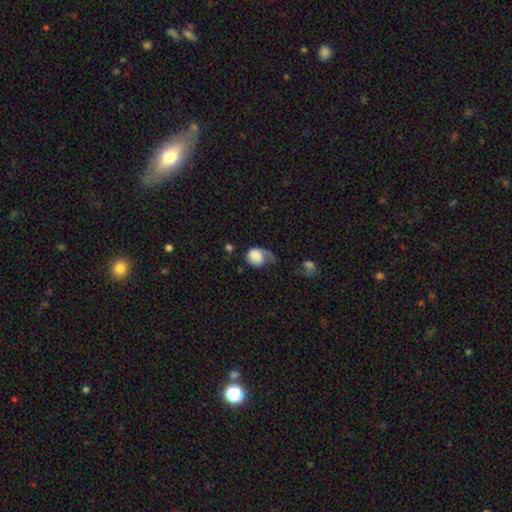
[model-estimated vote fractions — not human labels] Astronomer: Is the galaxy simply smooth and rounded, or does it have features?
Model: smooth — 65%.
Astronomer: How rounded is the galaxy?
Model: in between — 49%, tied with round at 49%.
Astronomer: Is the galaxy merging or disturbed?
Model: major disturbance — 48% (runner-up: none, 24%).